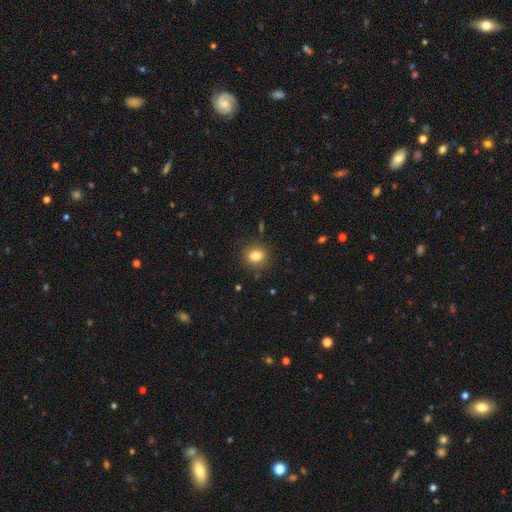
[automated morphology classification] smooth-or-featured: smooth: 82% | star or artifact: 11% | featured or disk: 7%
  how-rounded: round: 71% | in between: 28% | cigar-shaped: 1%
  merging: none: 87% | minor disturbance: 9% | major disturbance: 3% | merger: 1%